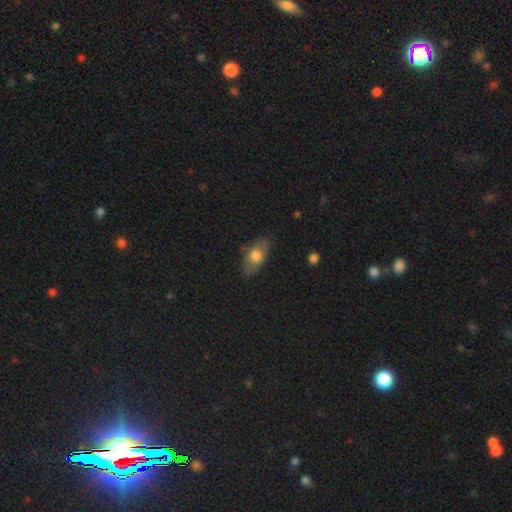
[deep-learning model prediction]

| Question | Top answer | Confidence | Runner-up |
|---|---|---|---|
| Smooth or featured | smooth | 64% | featured or disk (29%) |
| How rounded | in between | 88% | cigar-shaped (6%) |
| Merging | none | 74% | minor disturbance (20%) |